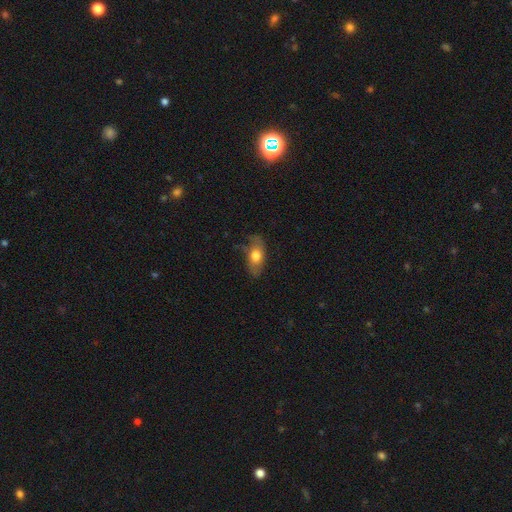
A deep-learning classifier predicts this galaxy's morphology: The model was most divided on "smooth or featured": smooth: 62%, featured or disk: 30%, star or artifact: 8%. More confident: how rounded — in between (81%); merging — none (61%).